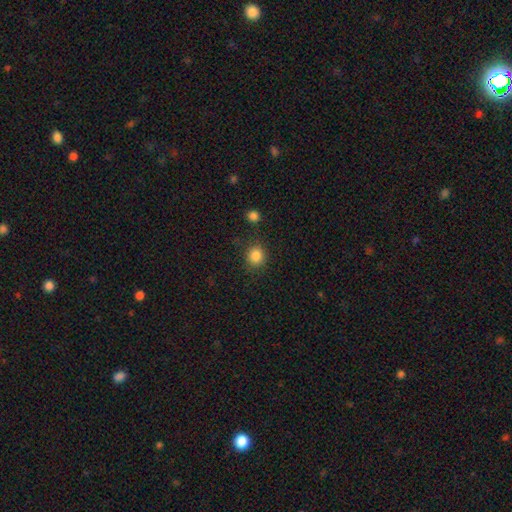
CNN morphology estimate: The model was most divided on "how rounded": round: 85%, in between: 14%, cigar-shaped: 1%. More confident: smooth or featured — smooth (85%); merging — none (84%).